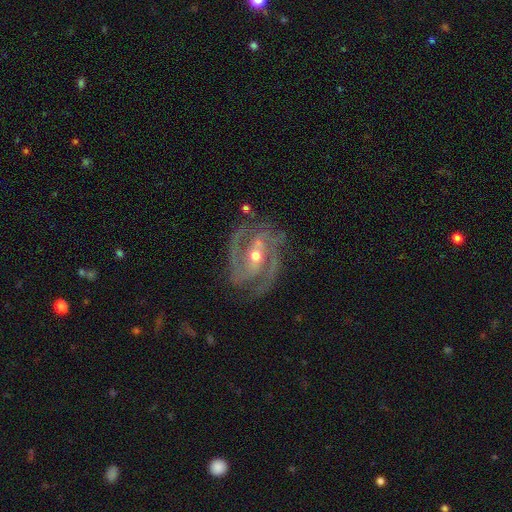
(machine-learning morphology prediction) featured or disk 91%, star or artifact 5%, smooth 4%. Down the decision tree: edge-on disk — no (97%); bar — weak (39%); spiral arms — yes (98%); spiral arm count — 2 (53%); spiral winding — medium (47%); bulge size — moderate (59%); merging — none (72%).